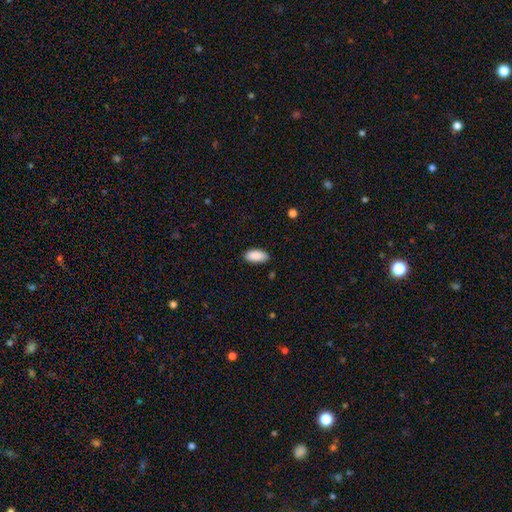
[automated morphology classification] A smooth galaxy with no disk features (90%) that is in between round and cigar-shaped (93%).

Vote fractions:
- Smooth or featured? smooth: 90% / star or artifact: 6% / featured or disk: 3%
- How rounded? in between: 93% / cigar-shaped: 5% / round: 2%
- Merging? none: 84% / minor disturbance: 13% / major disturbance: 2% / merger: 1%